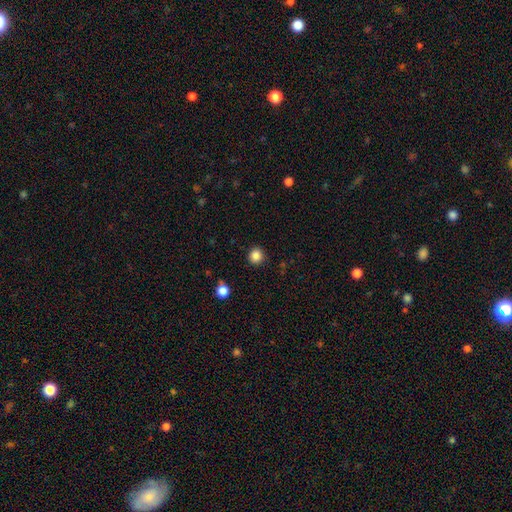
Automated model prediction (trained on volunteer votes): Smooth or featured? Predicted: smooth (p=0.85). How rounded? Predicted: round (p=0.90). Merging? Predicted: none (p=0.91).